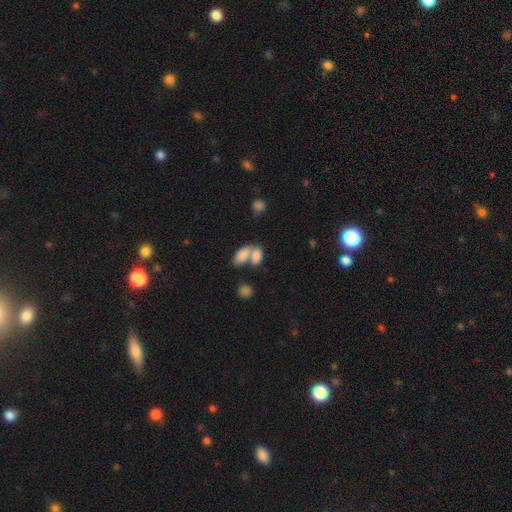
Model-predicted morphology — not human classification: A smooth galaxy with no disk features (81%) that is in between round and cigar-shaped (90%). Merging: merger (62%).